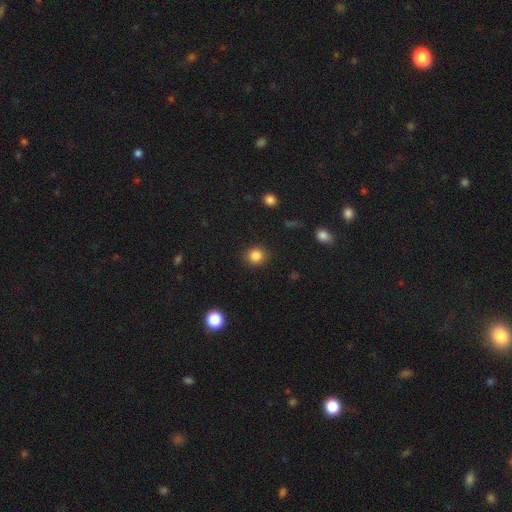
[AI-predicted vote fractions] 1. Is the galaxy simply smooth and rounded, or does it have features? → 85% smooth, 11% star or artifact, 4% featured or disk.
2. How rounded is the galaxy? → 86% round, 13% in between, 1% cigar-shaped.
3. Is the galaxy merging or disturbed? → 90% none, 7% minor disturbance, 2% major disturbance, 1% merger.